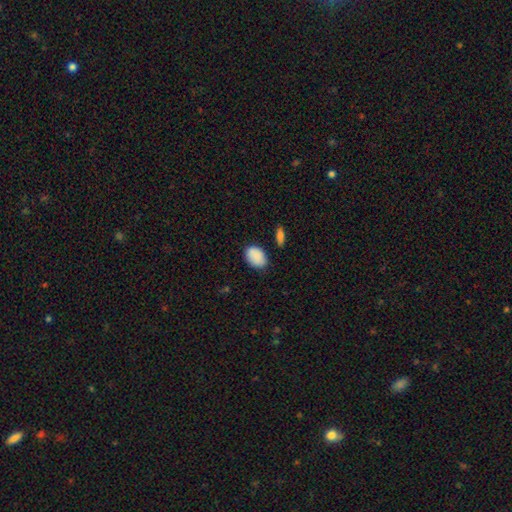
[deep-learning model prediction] smooth 89%, star or artifact 6%, featured or disk 5%. Down the decision tree: how rounded — in between (82%); merging — none (79%).